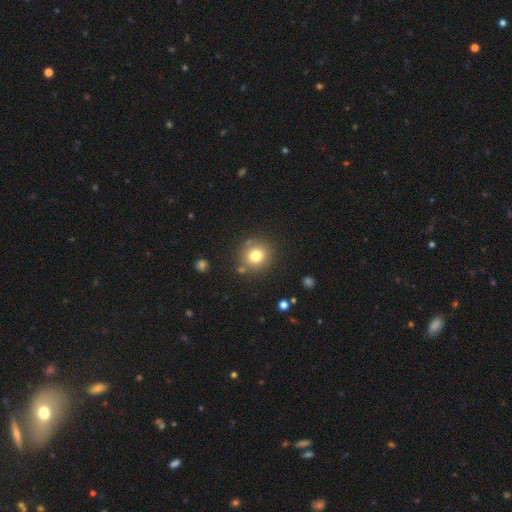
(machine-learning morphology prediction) This appears to be a smooth galaxy with no disk features (77%) that is round (90%). Merging: none (81%).